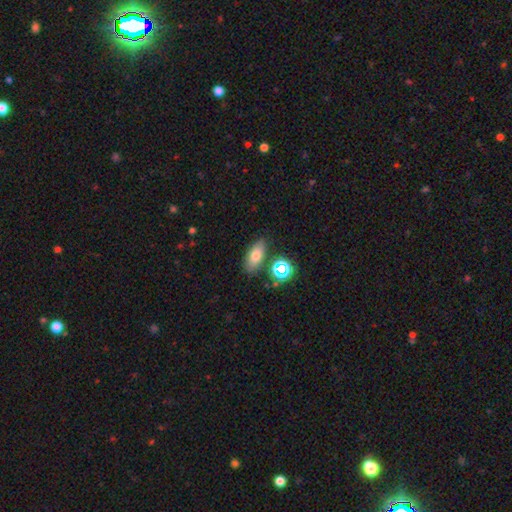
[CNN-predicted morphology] This appears to be a smooth galaxy with no disk features (71%) that is in between round and cigar-shaped (81%). Merging: none (79%).